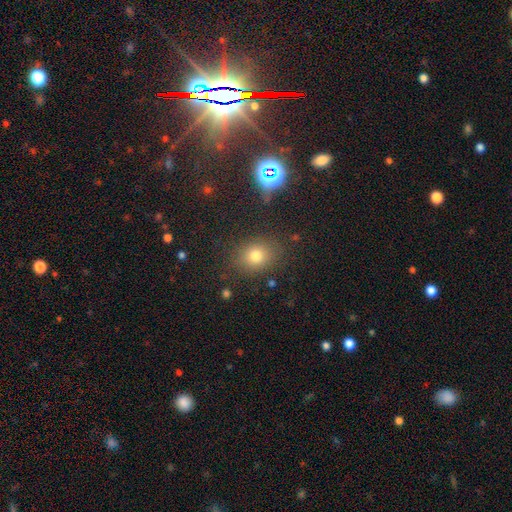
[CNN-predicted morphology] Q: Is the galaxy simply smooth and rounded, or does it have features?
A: smooth — 69%.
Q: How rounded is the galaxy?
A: round — 59%.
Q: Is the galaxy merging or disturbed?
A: none — 84%.